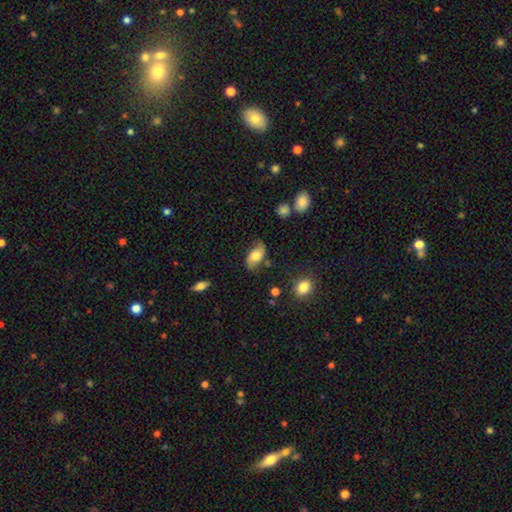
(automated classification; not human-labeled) The model was most divided on "smooth or featured": smooth: 55%, featured or disk: 37%, star or artifact: 8%. More confident: how rounded — in between (91%); merging — none (69%).